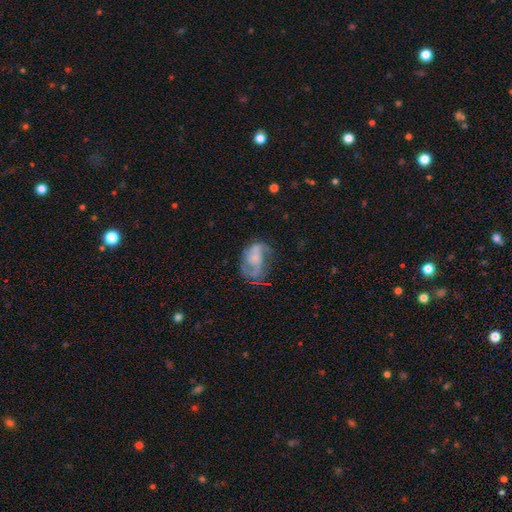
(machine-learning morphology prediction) smooth_or_featured: featured or disk (p=0.69) [alt: smooth p=0.21]
disk_edge_on: no (p=0.97) [alt: yes p=0.03]
bar: no (p=0.61) [alt: weak p=0.32]
has_spiral_arms: yes (p=0.86) [alt: no p=0.14]
spiral_winding: medium (p=0.44) [alt: loose p=0.33]
spiral_arm_count: 2 (p=0.61) [alt: can't tell p=0.17]
bulge_size: small (p=0.37) [alt: none p=0.34]
merging: none (p=0.54) [alt: minor disturbance p=0.23]